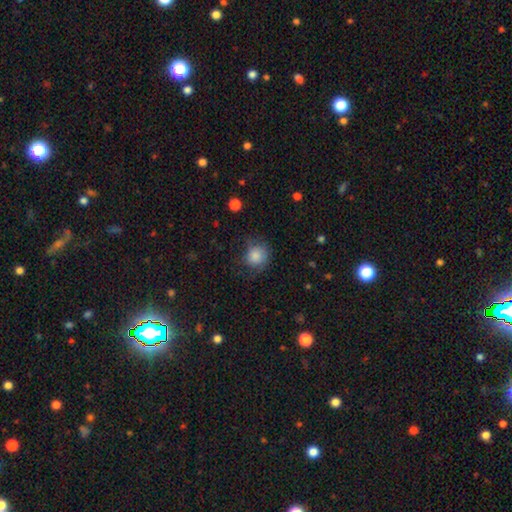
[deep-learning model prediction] smooth 83%, featured or disk 9%, star or artifact 8%. Down the decision tree: how rounded — round (83%); merging — none (62%).